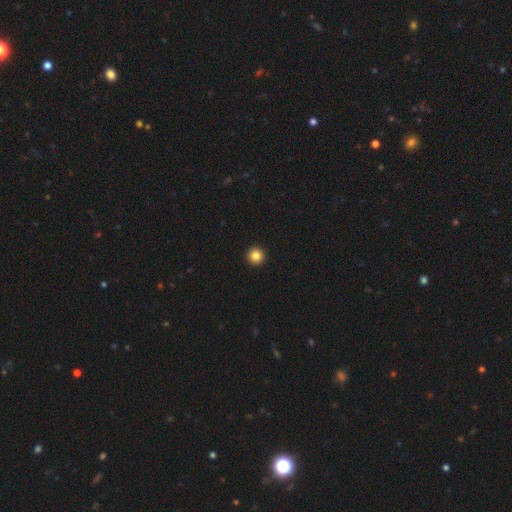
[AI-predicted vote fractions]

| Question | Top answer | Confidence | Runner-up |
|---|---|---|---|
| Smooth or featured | smooth | 85% | star or artifact (11%) |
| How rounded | round | 96% | in between (3%) |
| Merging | none | 94% | minor disturbance (3%) |